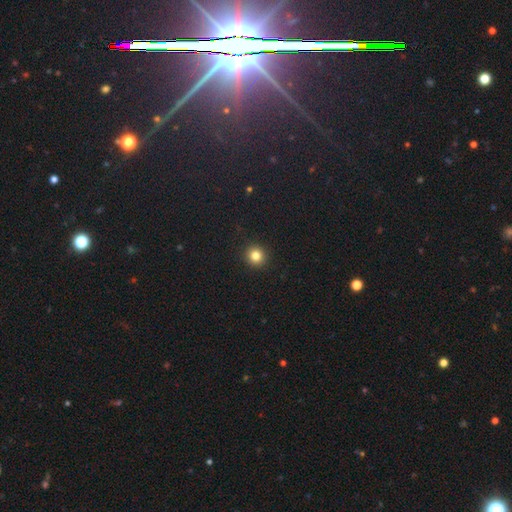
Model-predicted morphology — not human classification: A smooth galaxy with no disk features (83%) that is round (93%).

Vote fractions:
- Smooth or featured? smooth: 83% / star or artifact: 12% / featured or disk: 5%
- How rounded? round: 93% / in between: 6% / cigar-shaped: 1%
- Merging? none: 93% / minor disturbance: 4% / major disturbance: 2% / merger: 1%